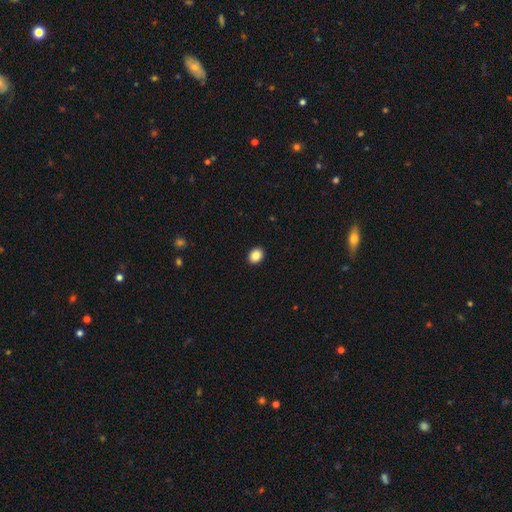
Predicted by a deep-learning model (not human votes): Smooth or featured? smooth (88%)
How rounded? in between (54%)
Merging? none (92%)